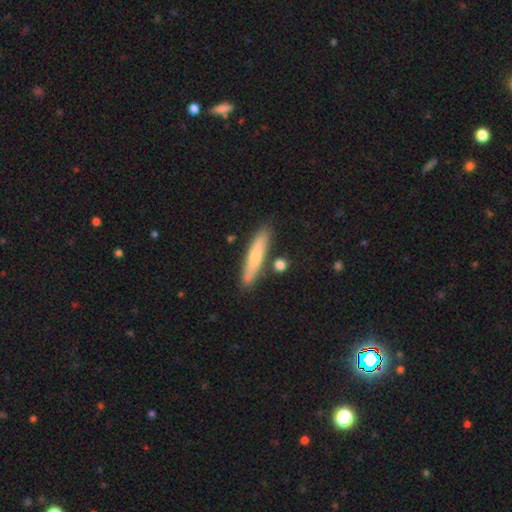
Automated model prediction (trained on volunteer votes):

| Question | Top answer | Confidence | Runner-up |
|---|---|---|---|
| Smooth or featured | smooth | 71% | featured or disk (23%) |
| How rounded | cigar-shaped | 88% | in between (10%) |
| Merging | none | 80% | minor disturbance (12%) |